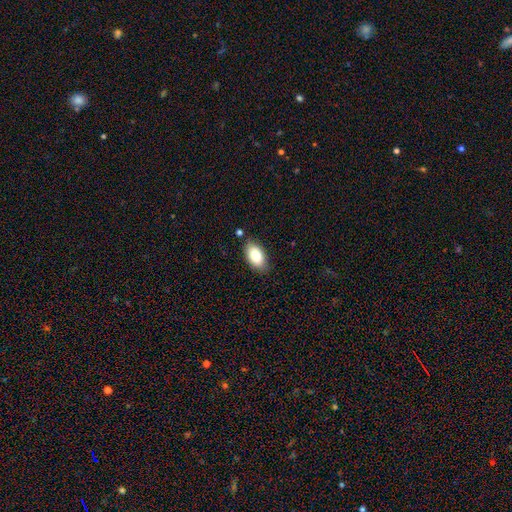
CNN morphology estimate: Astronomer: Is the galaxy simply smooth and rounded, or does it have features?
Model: smooth — 81%.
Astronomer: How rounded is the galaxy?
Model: in between — 93%.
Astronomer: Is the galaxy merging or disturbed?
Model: none — 82%.